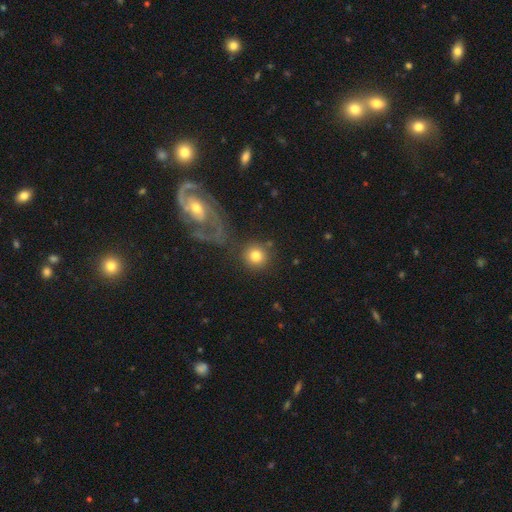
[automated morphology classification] A smooth galaxy with no disk features (78%) that is round (92%).

Vote fractions:
- Smooth or featured? smooth: 78% / featured or disk: 13% / star or artifact: 9%
- How rounded? round: 92% / in between: 7% / cigar-shaped: 1%
- Merging? none: 76% / minor disturbance: 9% / merger: 9% / major disturbance: 5%